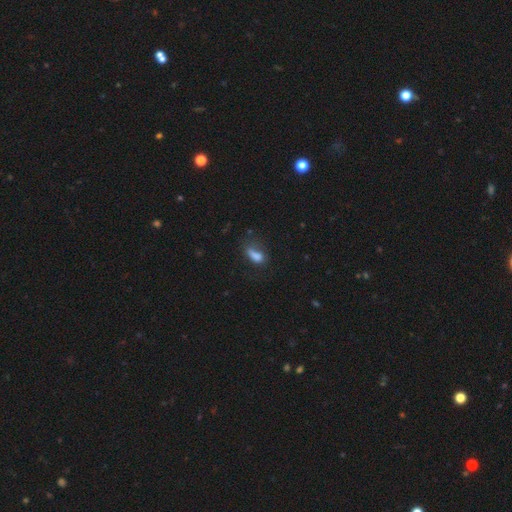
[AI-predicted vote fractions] This is likely a smooth galaxy (75%). How rounded: likely in between (77%). Merging: marginally none (38%).